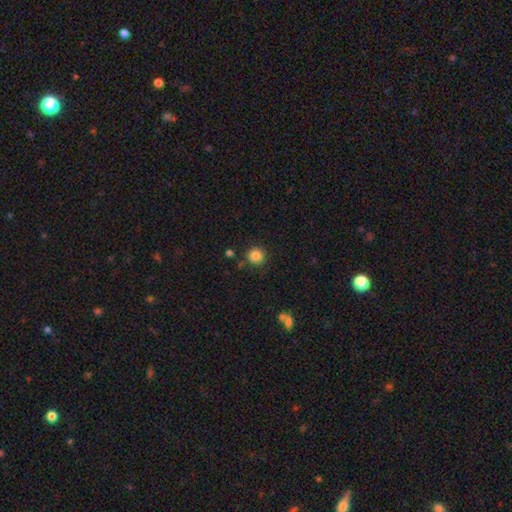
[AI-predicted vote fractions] A smooth galaxy with no disk features (85%) that is round (93%). Merging: none (85%).